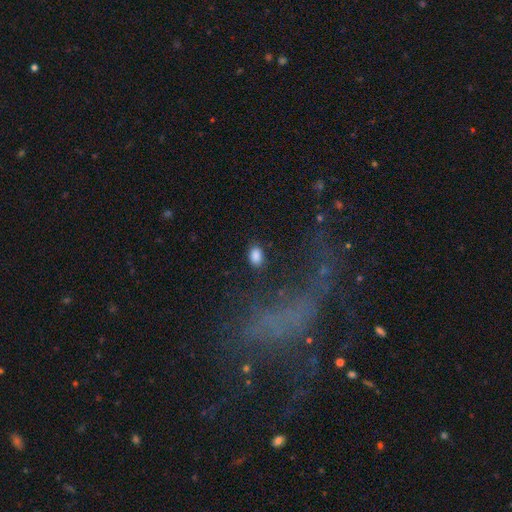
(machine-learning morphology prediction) A smooth galaxy with no disk features (86%) that is in between round and cigar-shaped (85%). Merging: none (84%).